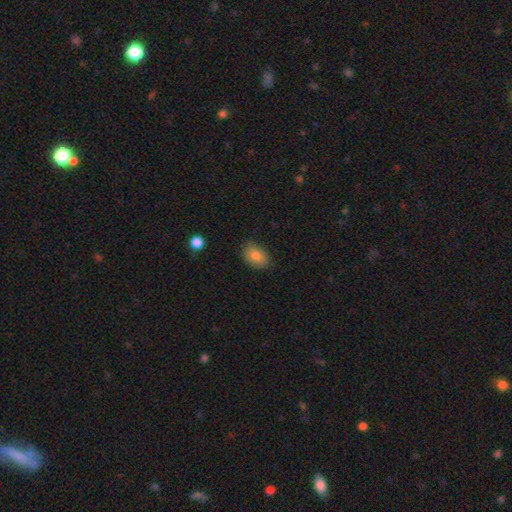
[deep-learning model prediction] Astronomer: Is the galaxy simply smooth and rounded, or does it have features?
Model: smooth — 83%.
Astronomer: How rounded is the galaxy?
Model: in between — 82%.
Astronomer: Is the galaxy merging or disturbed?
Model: none — 78%.